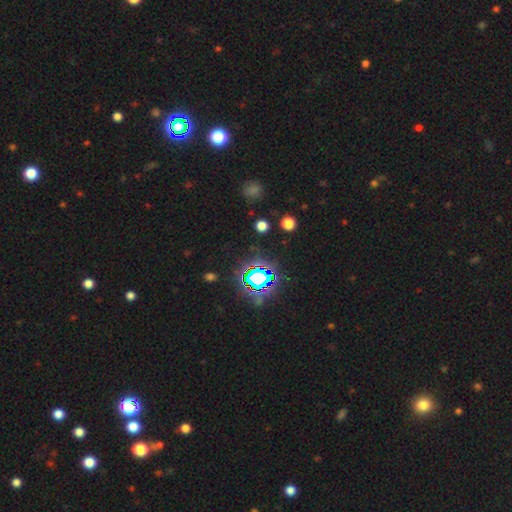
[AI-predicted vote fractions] Q: Smooth or featured?
A: star or artifact (80%); runner-up: smooth (12%)